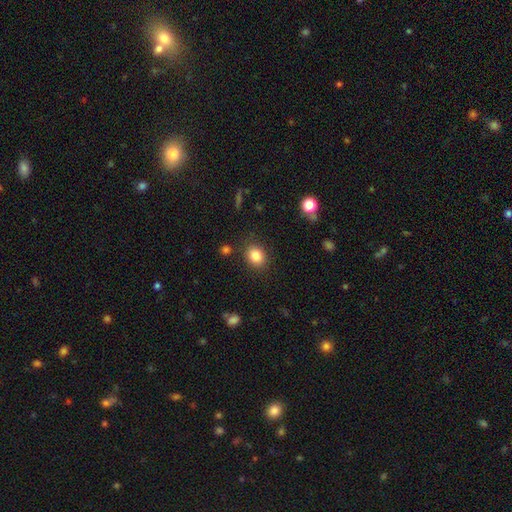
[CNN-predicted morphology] type=smooth (84%); roundness=round (51%); merging=none (85%).